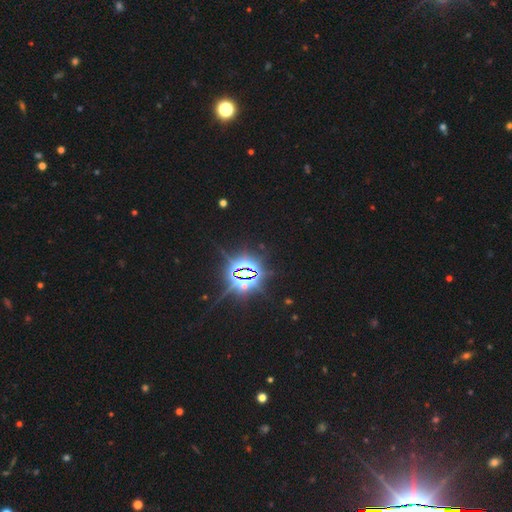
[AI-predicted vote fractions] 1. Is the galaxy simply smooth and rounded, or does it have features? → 87% star or artifact, 7% smooth, 6% featured or disk.